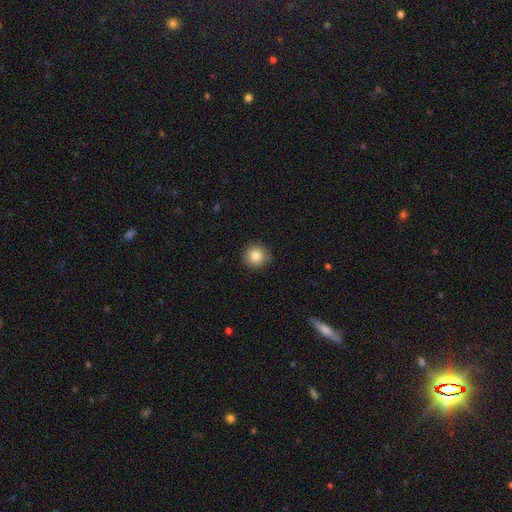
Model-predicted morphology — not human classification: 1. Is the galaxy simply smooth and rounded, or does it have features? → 83% smooth, 10% star or artifact, 7% featured or disk.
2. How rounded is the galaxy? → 94% round, 6% in between, 1% cigar-shaped.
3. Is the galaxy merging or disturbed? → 90% none, 7% minor disturbance, 2% major disturbance, 1% merger.